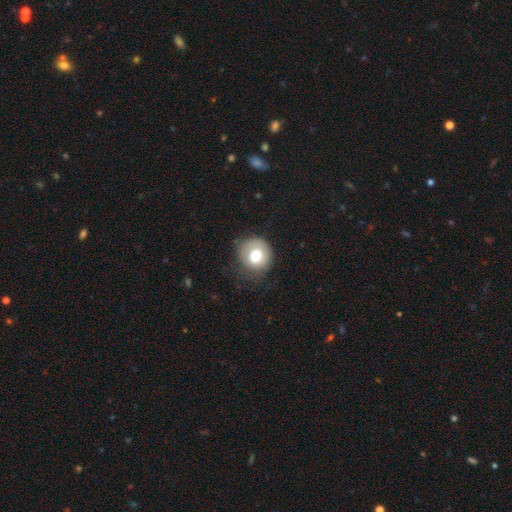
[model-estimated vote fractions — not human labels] smooth 72%, featured or disk 19%, star or artifact 10%. Down the decision tree: how rounded — round (88%); merging — none (69%).